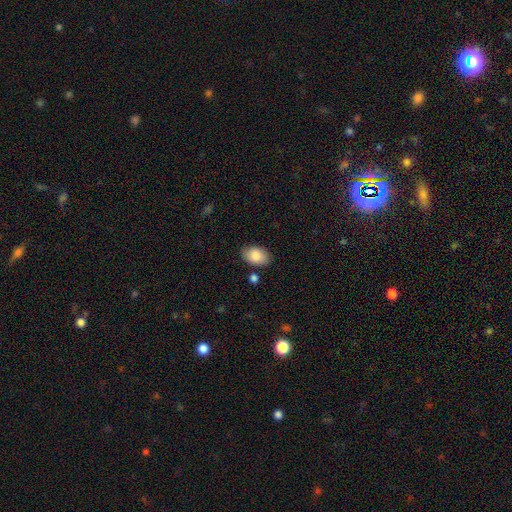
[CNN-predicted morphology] A smooth galaxy with no disk features (86%) that is in between round and cigar-shaped (90%). Merging: none (81%).